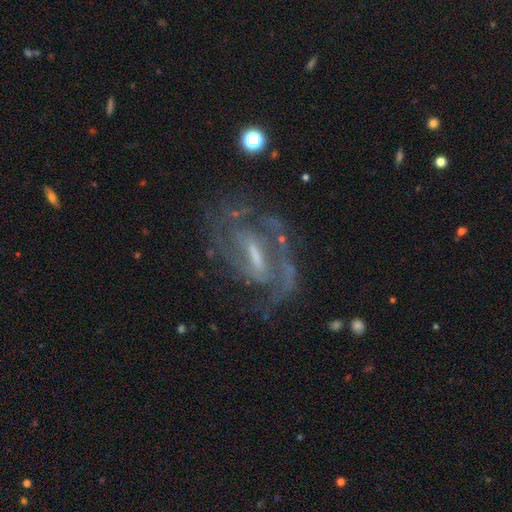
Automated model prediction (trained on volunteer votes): Smooth or featured: featured or disk — 87% (star or artifact — 6%)
Edge-on disk: no — 95% (yes — 5%)
Bar: strong — 49% (weak — 39%)
Spiral arms: yes — 94% (no — 6%)
Spiral winding: medium — 47% (tight — 39%)
Spiral arm count: 2 — 59% (can't tell — 18%)
Bulge size: small — 39% (moderate — 33%)
Merging: none — 64% (minor disturbance — 18%)